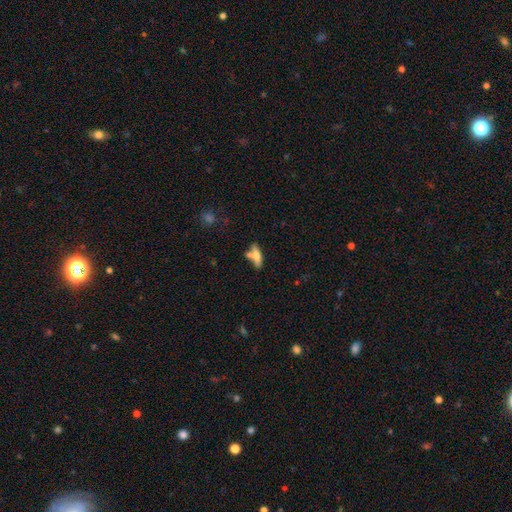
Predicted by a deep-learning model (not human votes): Smooth or featured? Predicted: smooth (p=0.61). How rounded? Predicted: cigar-shaped (p=0.54). Merging? Predicted: none (p=0.49).